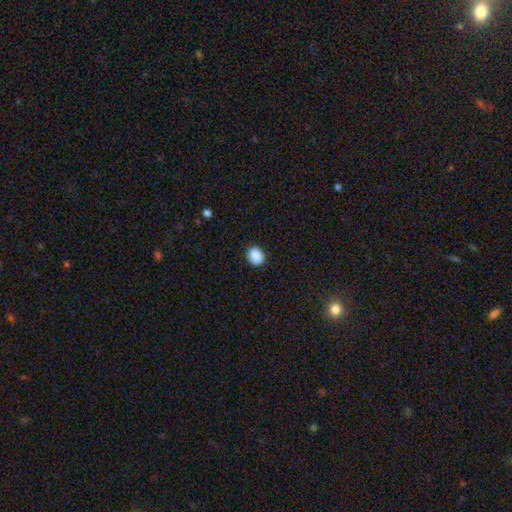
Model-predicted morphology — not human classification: Overall: smooth (89%). How rounded: round (54%; in between 45%). Merging: none (89%).